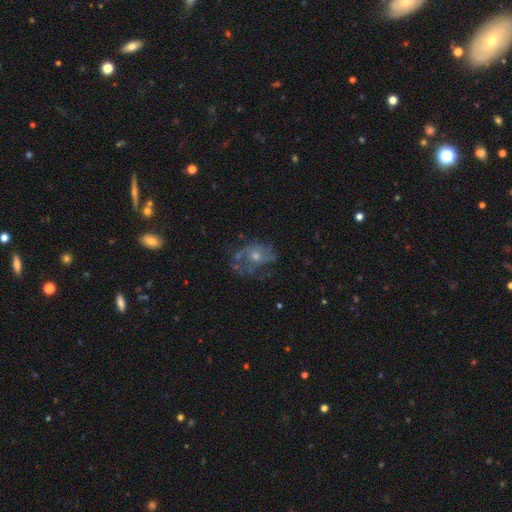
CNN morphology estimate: Q: Smooth or featured?
A: featured or disk (67%); runner-up: smooth (20%)
Q: Edge-on disk?
A: no (96%); runner-up: yes (4%)
Q: Bar?
A: no (78%); runner-up: weak (19%)
Q: Spiral arms?
A: yes (67%); runner-up: no (33%)
Q: Bulge size?
A: small (50%); runner-up: moderate (43%)
Q: Merging?
A: none (49%); runner-up: major disturbance (26%)